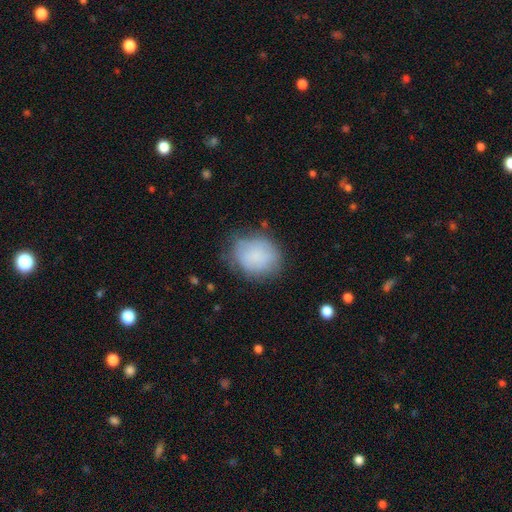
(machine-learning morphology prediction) The model was most divided on "how rounded": round: 57%, in between: 42%, cigar-shaped: 1%. More confident: smooth or featured — smooth (79%); merging — none (63%).